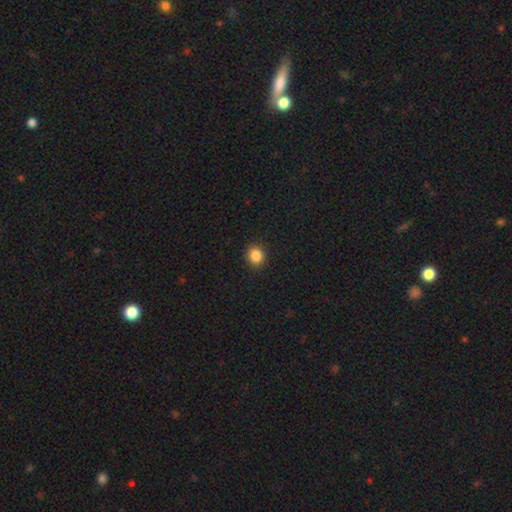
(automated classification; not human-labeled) Overall: smooth (86%). How rounded: round (82%). Merging: none (91%).